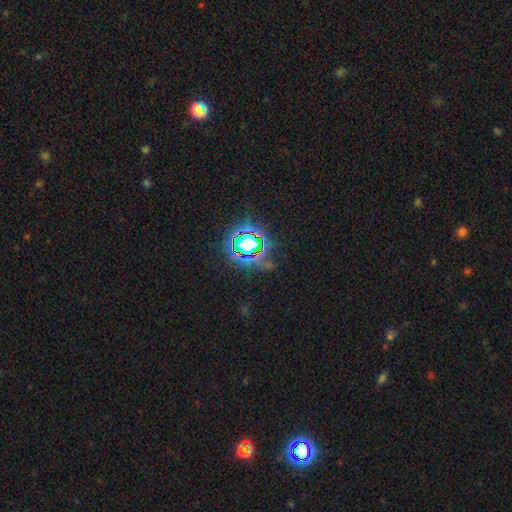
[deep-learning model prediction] smooth_or_featured: star or artifact (p=0.80) [alt: smooth p=0.13]